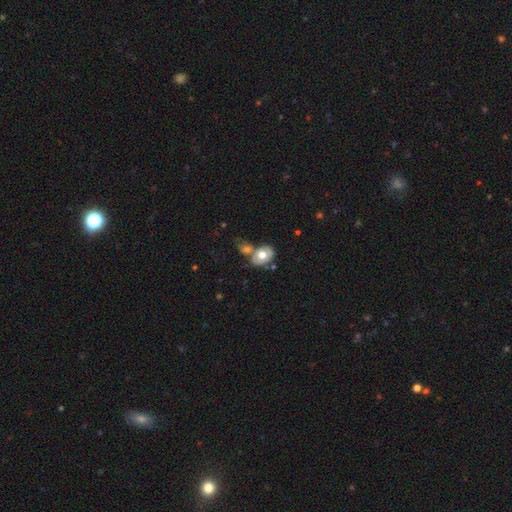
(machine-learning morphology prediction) This is possibly a smooth galaxy (51%). How rounded: possibly in between (49%, tied with round). Merging: marginally merger (41%).